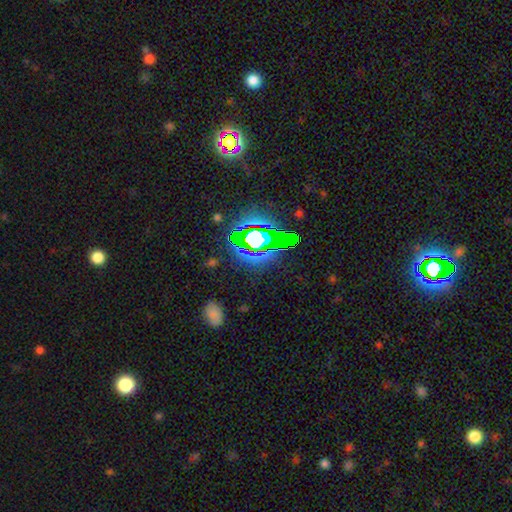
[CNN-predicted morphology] smooth_or_featured: star or artifact (p=0.80) [alt: smooth p=0.12]